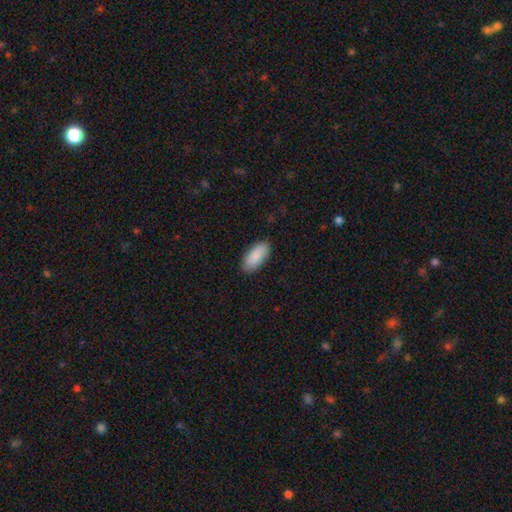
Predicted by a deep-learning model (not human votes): The model was most divided on "merging": none: 87%, minor disturbance: 10%, major disturbance: 2%, merger: 1%. More confident: how rounded — in between (91%); smooth or featured — smooth (89%).